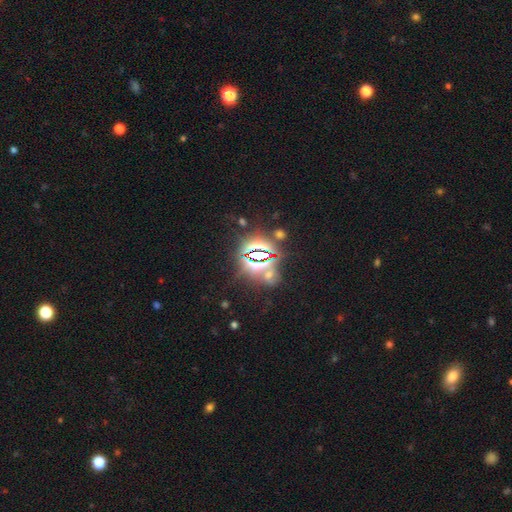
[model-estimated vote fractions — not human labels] The model was most divided on "smooth or featured": star or artifact: 83%, smooth: 10%, featured or disk: 8%.